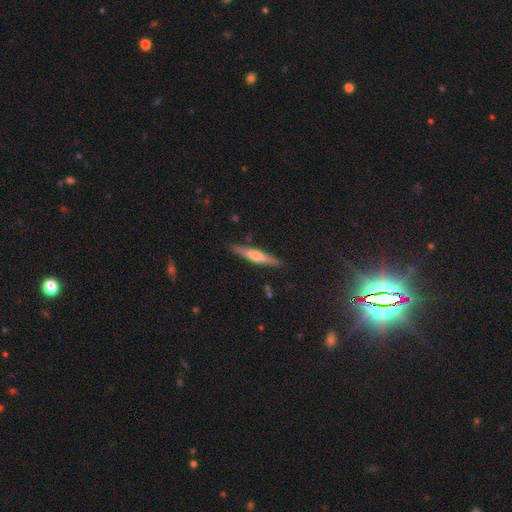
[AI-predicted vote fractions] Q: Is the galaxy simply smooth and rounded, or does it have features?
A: featured or disk — 52%.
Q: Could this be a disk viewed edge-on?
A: yes — 96%.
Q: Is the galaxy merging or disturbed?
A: none — 88%.